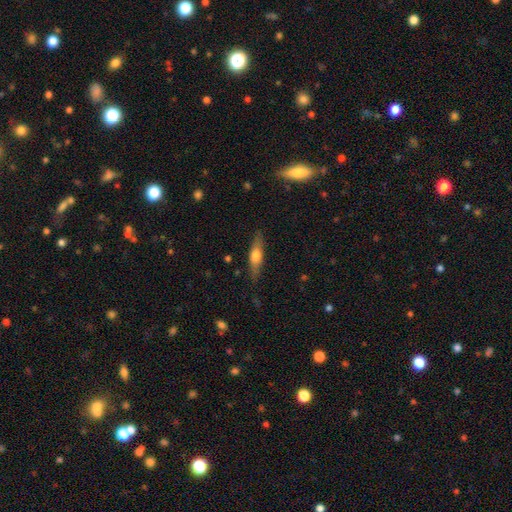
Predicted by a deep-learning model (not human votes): A smooth galaxy with no disk features (52%) that is cigar-shaped (68%). Merging: none (82%).